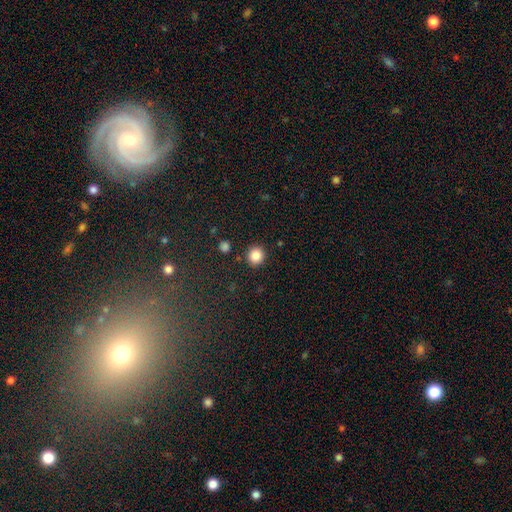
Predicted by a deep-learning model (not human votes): smooth-or-featured: smooth: 85% | star or artifact: 11% | featured or disk: 4%
  how-rounded: round: 89% | in between: 10% | cigar-shaped: 1%
  merging: none: 89% | minor disturbance: 6% | merger: 2% | major disturbance: 2%